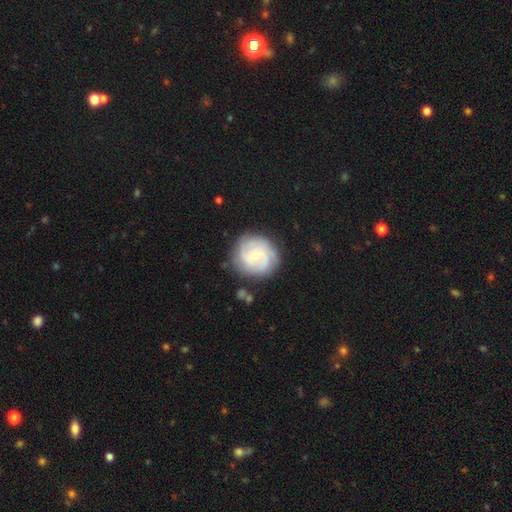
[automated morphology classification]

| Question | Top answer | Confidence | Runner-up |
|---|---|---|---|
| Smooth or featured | featured or disk | 74% | smooth (21%) |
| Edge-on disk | no | 98% | yes (2%) |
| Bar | no | 57% | weak (36%) |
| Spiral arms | yes | 92% | no (8%) |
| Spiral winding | tight | 62% | medium (30%) |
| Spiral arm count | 2 | 30% | 3 (28%) |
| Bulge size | moderate | 61% | small (35%) |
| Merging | none | 81% | minor disturbance (13%) |